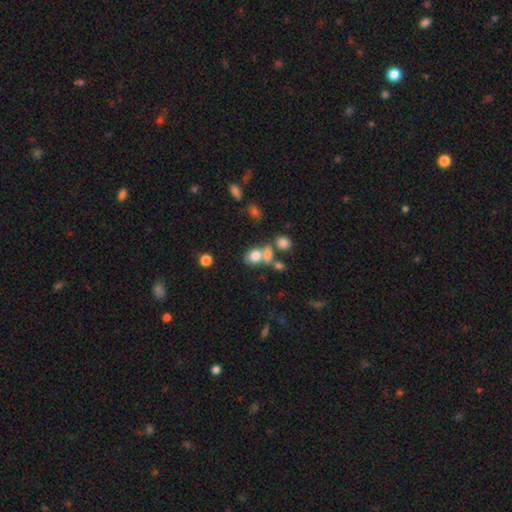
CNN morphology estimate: Smooth or featured? Predicted: smooth (p=0.74). How rounded? Predicted: in between (p=0.55). Merging? Predicted: merger (p=0.43).